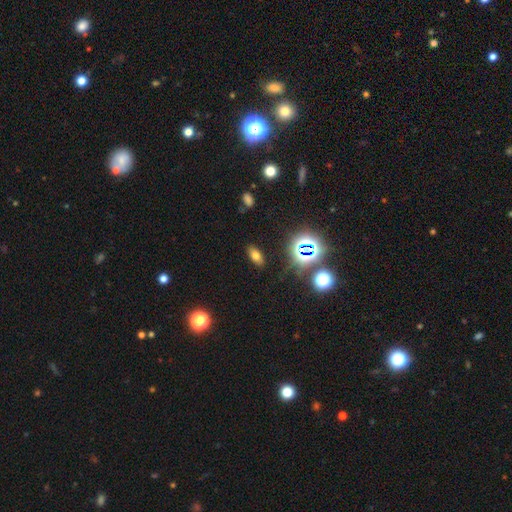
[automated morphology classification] A smooth galaxy with no disk features (64%) that is in between round and cigar-shaped (85%). Merging: none (87%).